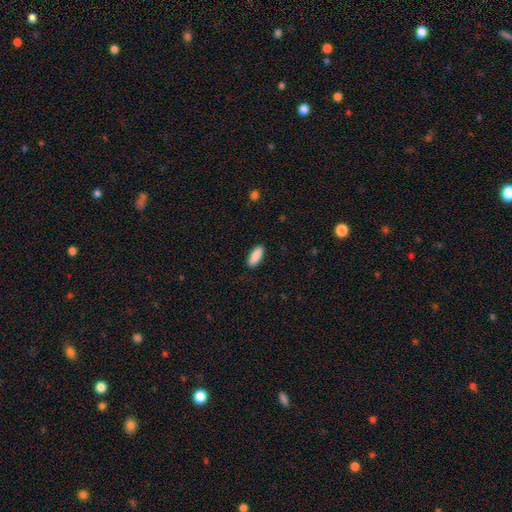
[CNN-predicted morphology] This is clearly a smooth galaxy (90%). How rounded: likely in between (69%). Merging: clearly none (89%).